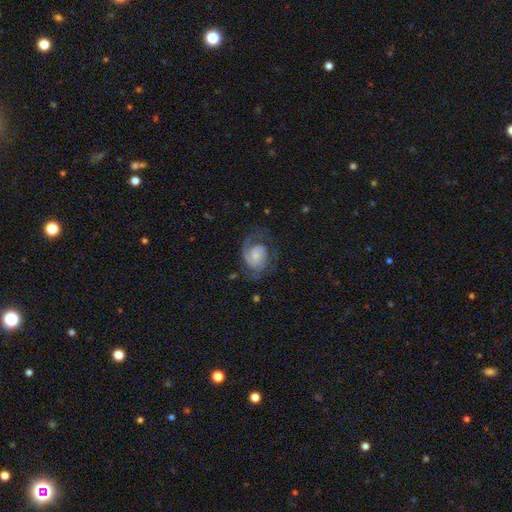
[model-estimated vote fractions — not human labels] smooth-or-featured: featured or disk: 79% | smooth: 15% | star or artifact: 6%
  disk-edge-on: no: 98% | yes: 2%
    bar: no: 62% | weak: 33% | strong: 6%
    has-spiral-arms: yes: 95% | no: 5%
      spiral-winding: medium: 44% | tight: 39% | loose: 17%
      spiral-arm-count: 2: 54% | 1: 23% | can't tell: 12% | 3: 7% | 4: 2% | more than 4: 2%
    bulge-size: small: 44% | moderate: 27% | none: 17% | large: 10% | dominant: 2%
  merging: none: 58% | major disturbance: 20% | minor disturbance: 20% | merger: 2%